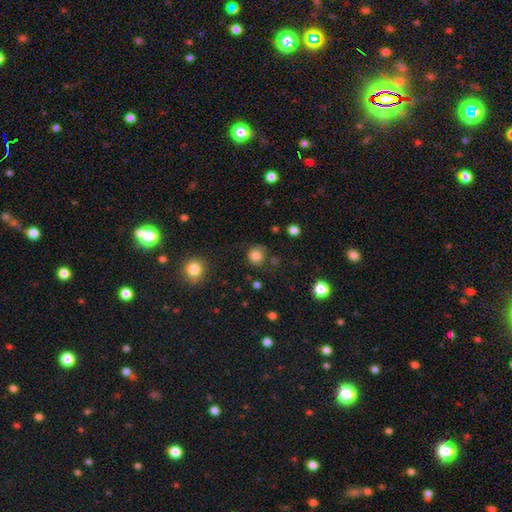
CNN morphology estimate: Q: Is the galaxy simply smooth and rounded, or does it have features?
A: smooth — 83%.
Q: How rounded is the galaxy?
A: round — 89%.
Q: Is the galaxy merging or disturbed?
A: none — 73%.